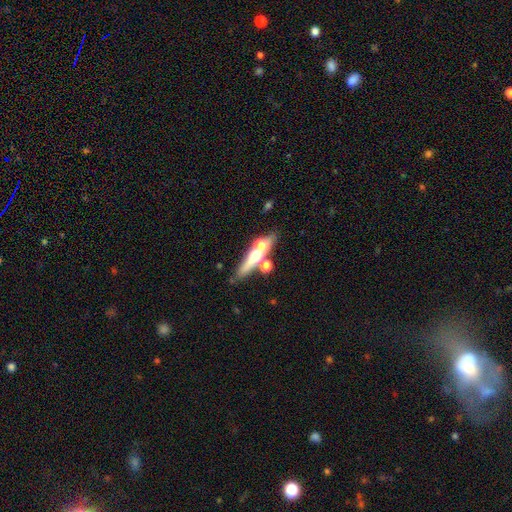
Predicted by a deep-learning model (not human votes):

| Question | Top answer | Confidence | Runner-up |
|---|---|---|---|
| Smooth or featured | featured or disk | 47% | smooth (39%) |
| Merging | none | 51% | merger (31%) |